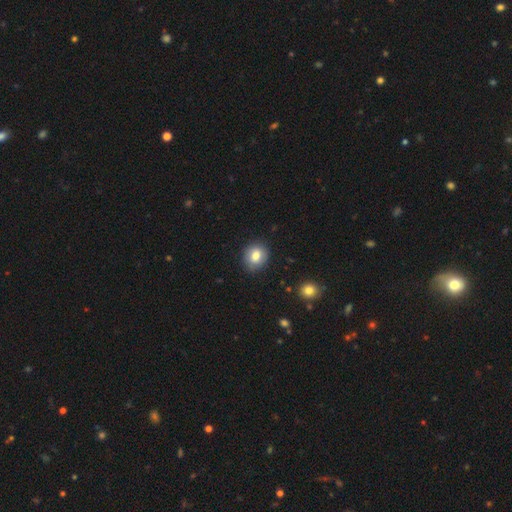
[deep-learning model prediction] This is likely a smooth galaxy (79%). How rounded: likely round (67%). Merging: clearly none (87%).